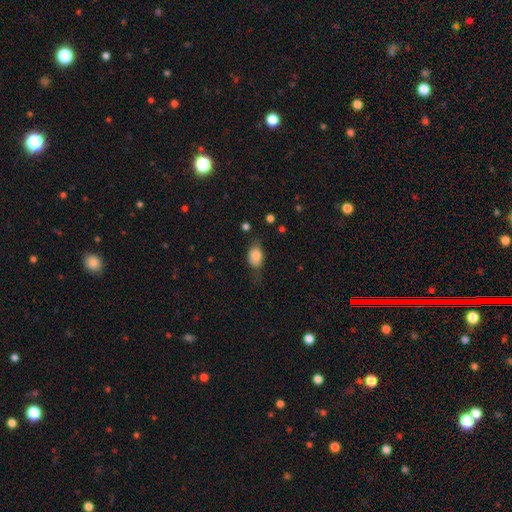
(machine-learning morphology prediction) Smooth or featured? Predicted: smooth (p=0.81). How rounded? Predicted: in between (p=0.81). Merging? Predicted: none (p=0.55).